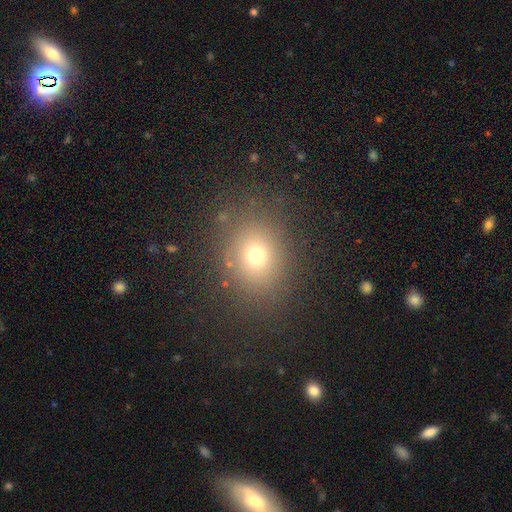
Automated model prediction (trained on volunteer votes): Q: Smooth or featured?
A: smooth (70%); runner-up: star or artifact (19%)
Q: How rounded?
A: round (63%); runner-up: in between (36%)
Q: Merging?
A: none (83%); runner-up: minor disturbance (10%)